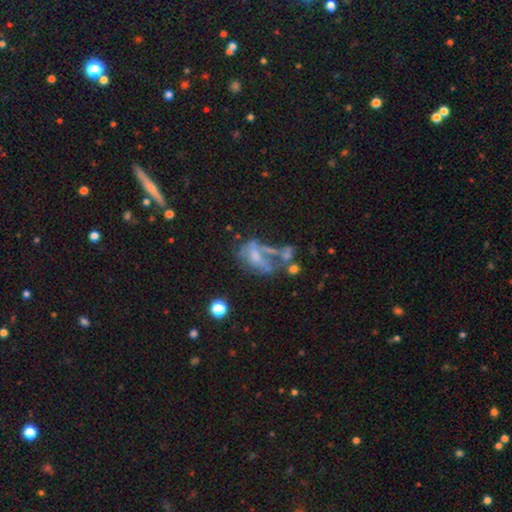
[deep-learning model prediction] Overall: featured or disk (55%; smooth 28%). Edge-on disk: no (94%). Bar: no (67%). Spiral arms: no (76%). Bulge size: none (37%; small 29%). Merging: major disturbance (37%; merger 27%).